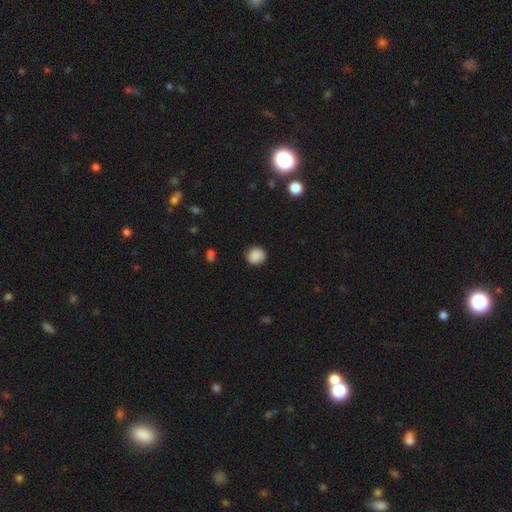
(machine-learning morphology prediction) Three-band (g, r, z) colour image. It shows a smooth galaxy with no disk features (88%) that is round (88%). Merging: none (88%).